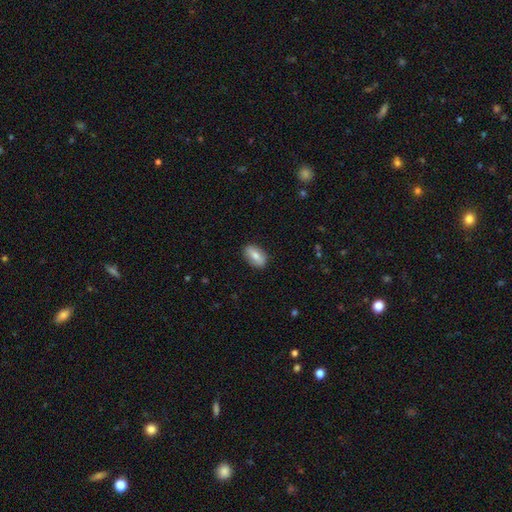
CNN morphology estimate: Overall: smooth (69%). How rounded: in between (89%). Merging: none (86%).